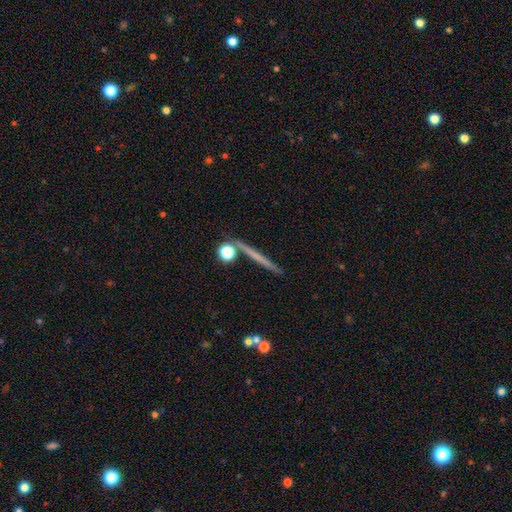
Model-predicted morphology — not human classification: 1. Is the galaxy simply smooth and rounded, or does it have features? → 46% smooth, 45% featured or disk, 9% star or artifact.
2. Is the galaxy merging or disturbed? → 86% none, 8% minor disturbance, 5% merger, 2% major disturbance.